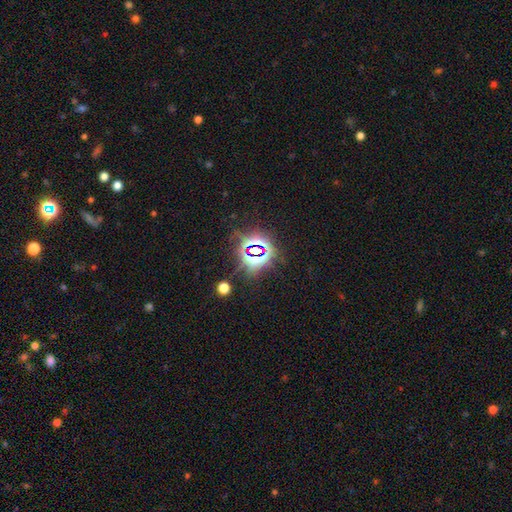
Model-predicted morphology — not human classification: smooth-or-featured: star or artifact: 78% | smooth: 13% | featured or disk: 8%